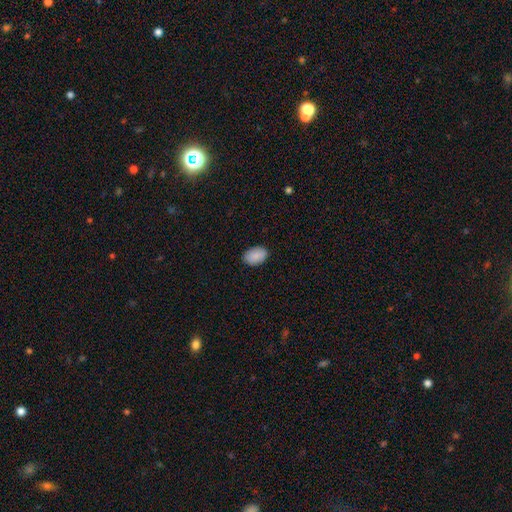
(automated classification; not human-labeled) The model was most divided on "how rounded": in between: 89%, round: 10%, cigar-shaped: 1%. More confident: smooth or featured — smooth (90%); merging — none (88%).